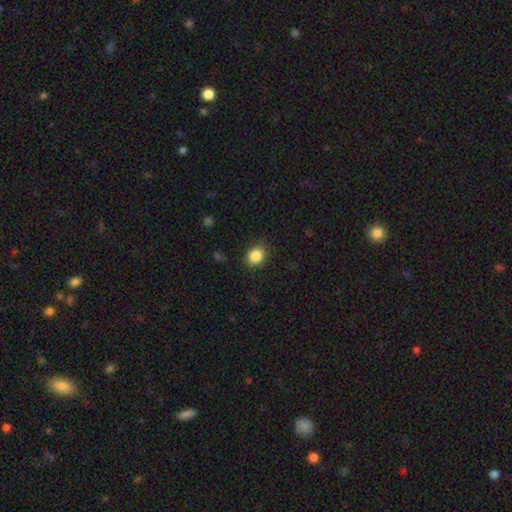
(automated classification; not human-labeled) smooth_or_featured: smooth (p=0.86) [alt: star or artifact p=0.09]
how_rounded: round (p=0.59) [alt: in between p=0.40]
merging: none (p=0.86) [alt: minor disturbance p=0.10]